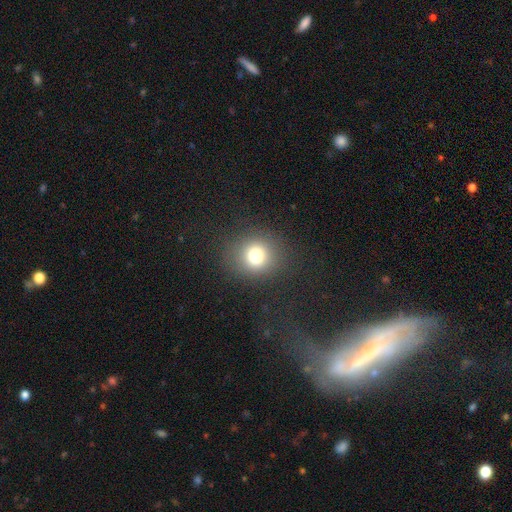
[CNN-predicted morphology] smooth_or_featured: smooth (p=0.75) [alt: star or artifact p=0.15]
how_rounded: round (p=0.83) [alt: in between p=0.16]
merging: none (p=0.87) [alt: minor disturbance p=0.07]